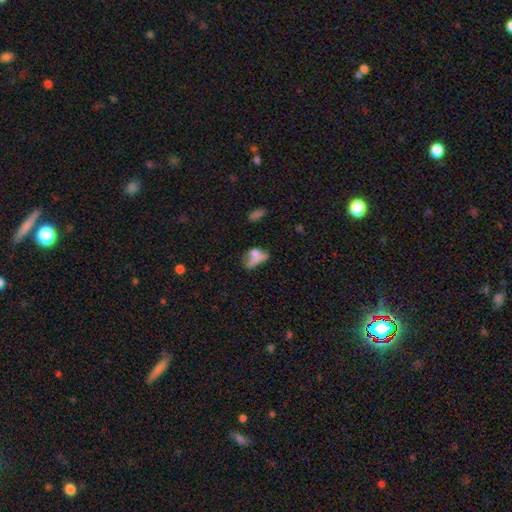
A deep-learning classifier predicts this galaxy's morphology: type=smooth (56%); roundness=in between (73%); merging=merger (34%).